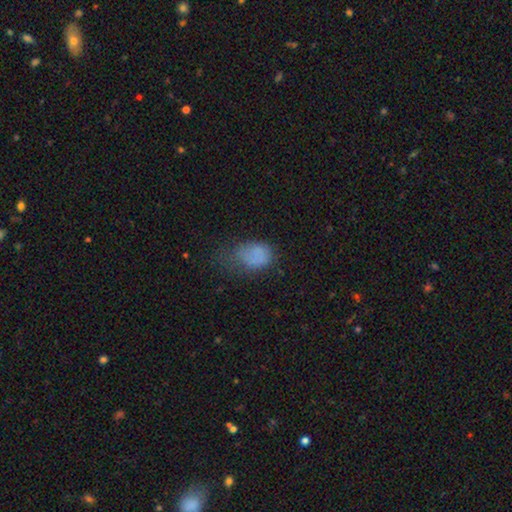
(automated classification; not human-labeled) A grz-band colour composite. It shows a smooth galaxy with no disk features (72%) that is in between round and cigar-shaped (79%). Merging: major disturbance (34%).